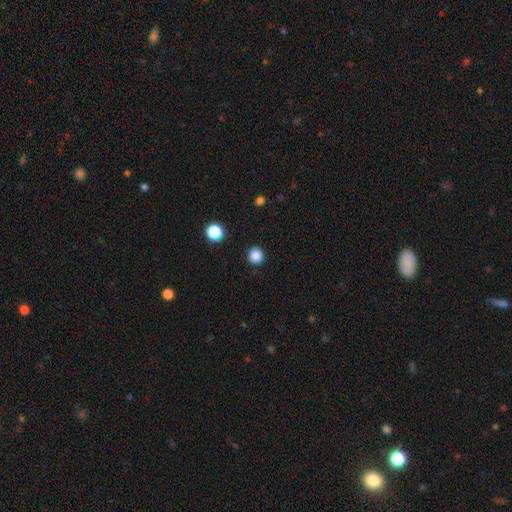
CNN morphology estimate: Smooth or featured: smooth — 86% (star or artifact — 11%)
How rounded: round — 93% (in between — 6%)
Merging: none — 91% (minor disturbance — 6%)